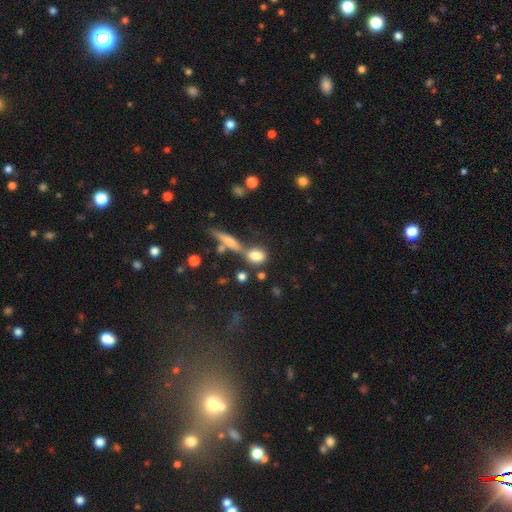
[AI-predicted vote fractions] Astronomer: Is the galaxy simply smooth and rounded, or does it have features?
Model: smooth — 78%.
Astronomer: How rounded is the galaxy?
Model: in between — 53% (runner-up: round, 37%).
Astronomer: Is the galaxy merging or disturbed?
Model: none — 49% (runner-up: merger, 31%).